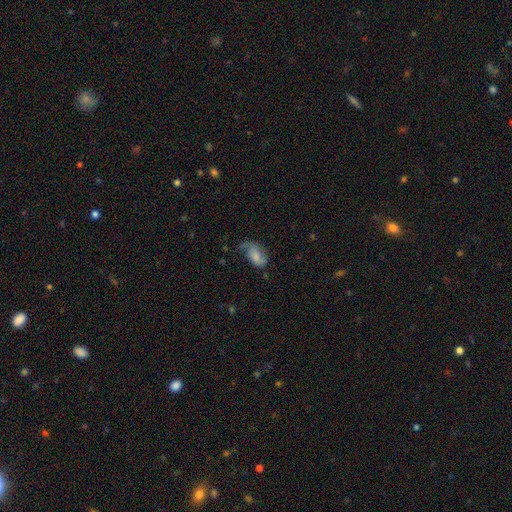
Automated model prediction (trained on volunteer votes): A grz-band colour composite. It shows a smooth galaxy with no disk features (51%) that is in between round and cigar-shaped (91%). Merging: none (39%).